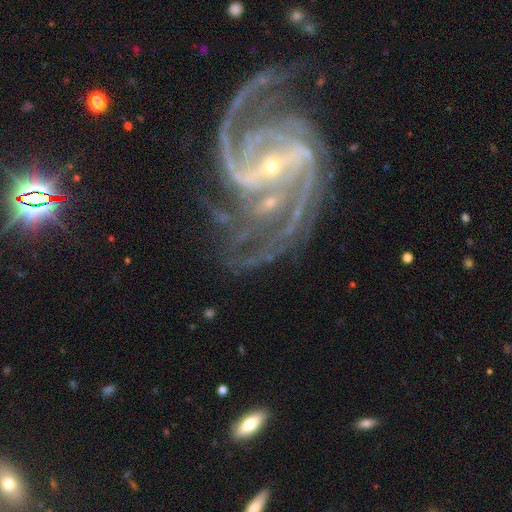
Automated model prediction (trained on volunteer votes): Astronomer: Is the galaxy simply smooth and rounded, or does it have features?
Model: featured or disk — 93%.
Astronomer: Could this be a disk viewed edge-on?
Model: no — 98%.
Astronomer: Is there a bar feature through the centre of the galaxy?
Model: strong — 62%.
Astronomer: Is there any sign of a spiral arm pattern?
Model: yes — 99%.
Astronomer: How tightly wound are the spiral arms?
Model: medium — 54%.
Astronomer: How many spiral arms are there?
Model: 2 — 43% (runner-up: 3, 19%).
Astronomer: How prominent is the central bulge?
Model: small — 80%.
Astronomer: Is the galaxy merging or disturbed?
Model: none — 61%.